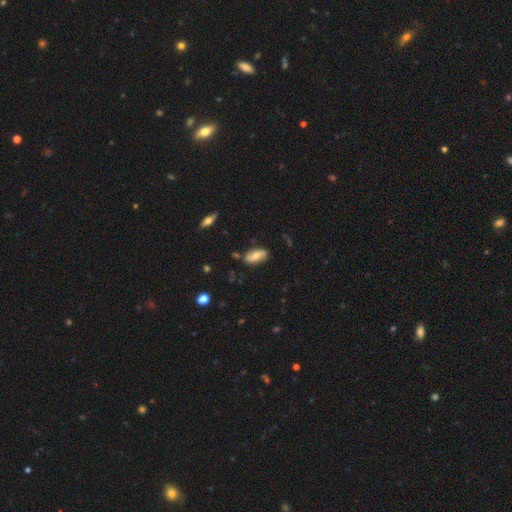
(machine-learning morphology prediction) smooth_or_featured: smooth (p=0.59) [alt: featured or disk p=0.34]
how_rounded: in between (p=0.86) [alt: cigar-shaped p=0.11]
merging: none (p=0.80) [alt: minor disturbance p=0.15]